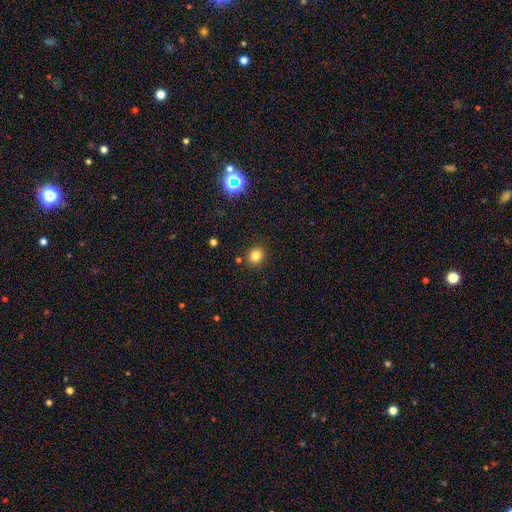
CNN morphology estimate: Q: Smooth or featured?
A: smooth (80%); runner-up: star or artifact (14%)
Q: How rounded?
A: round (78%); runner-up: in between (22%)
Q: Merging?
A: none (87%); runner-up: minor disturbance (8%)